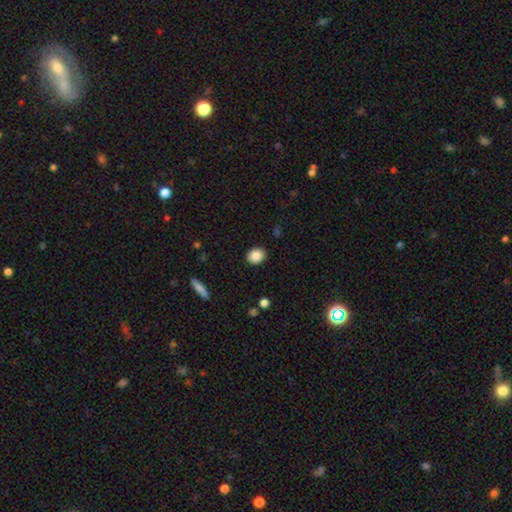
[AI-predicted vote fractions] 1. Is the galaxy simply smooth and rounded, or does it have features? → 87% smooth, 8% star or artifact, 4% featured or disk.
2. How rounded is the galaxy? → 60% round, 39% in between, 1% cigar-shaped.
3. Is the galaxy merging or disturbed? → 90% none, 7% minor disturbance, 2% major disturbance, 1% merger.